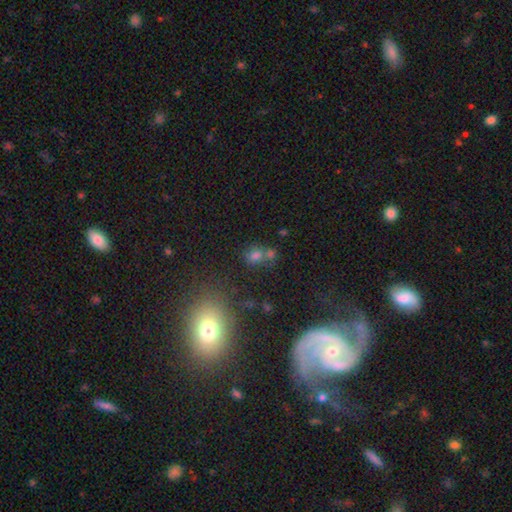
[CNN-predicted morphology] Smooth or featured?
  - smooth: 65% *
  - star or artifact: 24%
  - featured or disk: 11%
How rounded?
  - round: 54% *
  - in between: 44%
  - cigar-shaped: 2%
Merging?
  - none: 52% *
  - merger: 32%
  - minor disturbance: 11%
  - major disturbance: 5%